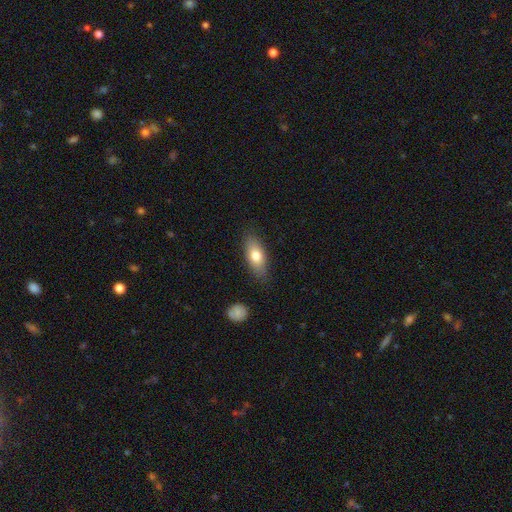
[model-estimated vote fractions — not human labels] Q: Smooth or featured?
A: smooth (73%); runner-up: featured or disk (20%)
Q: How rounded?
A: in between (79%); runner-up: cigar-shaped (17%)
Q: Merging?
A: none (82%); runner-up: minor disturbance (13%)